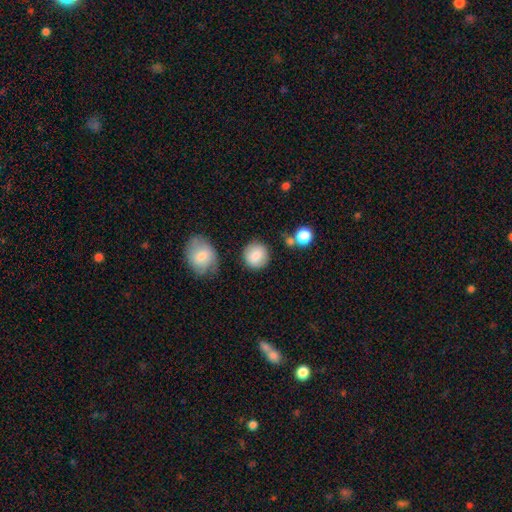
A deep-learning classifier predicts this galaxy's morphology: Smooth or featured? Predicted: smooth (p=0.84). How rounded? Predicted: round (p=0.89). Merging? Predicted: none (p=0.82).